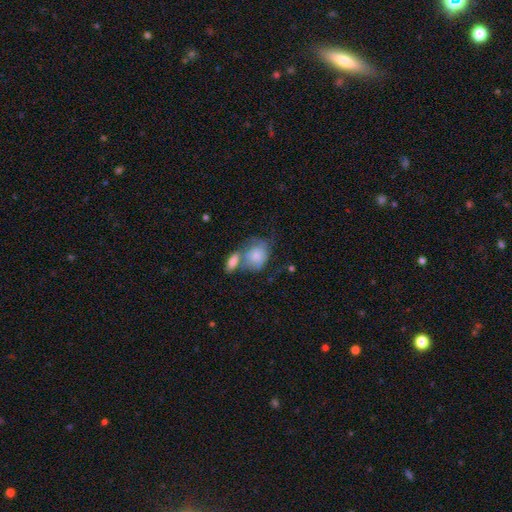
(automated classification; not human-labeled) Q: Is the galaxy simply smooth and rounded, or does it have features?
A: smooth — 72%.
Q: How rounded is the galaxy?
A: in between — 57%.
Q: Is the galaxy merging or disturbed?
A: merger — 45%.